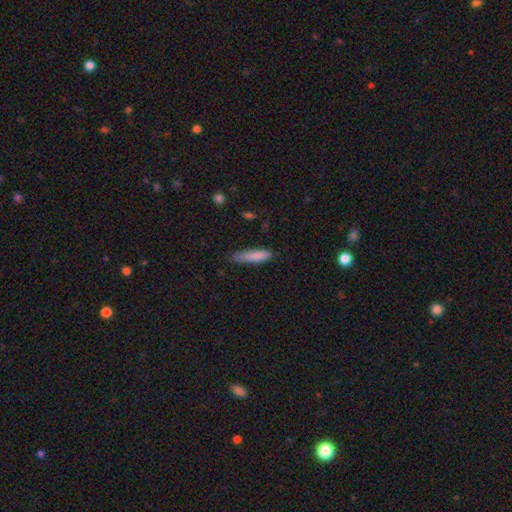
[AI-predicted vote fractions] Morphology: type=smooth (83%); roundness=cigar-shaped (79%); merging=none (68%).